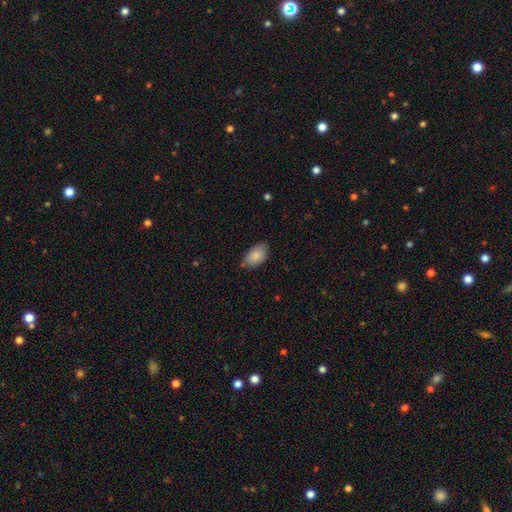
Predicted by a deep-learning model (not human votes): Morphology: type=smooth (86%); roundness=in between (93%); merging=none (72%).